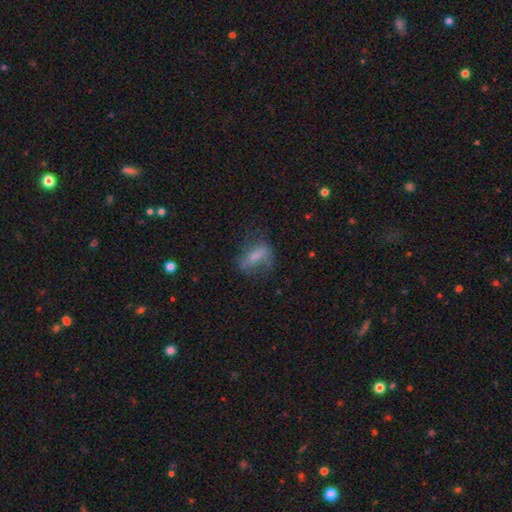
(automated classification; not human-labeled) smooth-or-featured: smooth: 50% | featured or disk: 40% | star or artifact: 10%
  merging: none: 47% | major disturbance: 26% | minor disturbance: 24% | merger: 3%